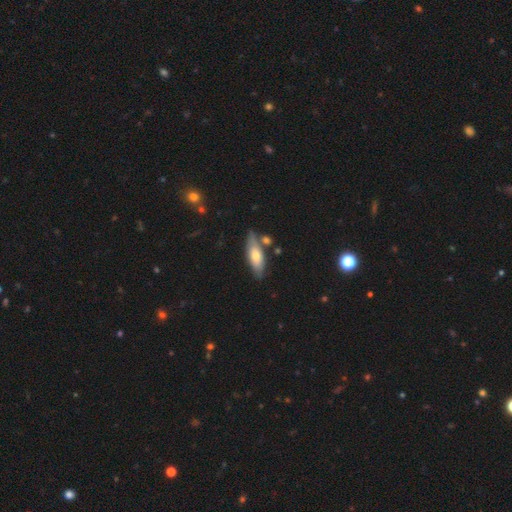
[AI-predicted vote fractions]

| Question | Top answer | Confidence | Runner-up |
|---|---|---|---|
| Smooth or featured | smooth | 61% | featured or disk (33%) |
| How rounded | in between | 63% | cigar-shaped (34%) |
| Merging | none | 69% | minor disturbance (16%) |